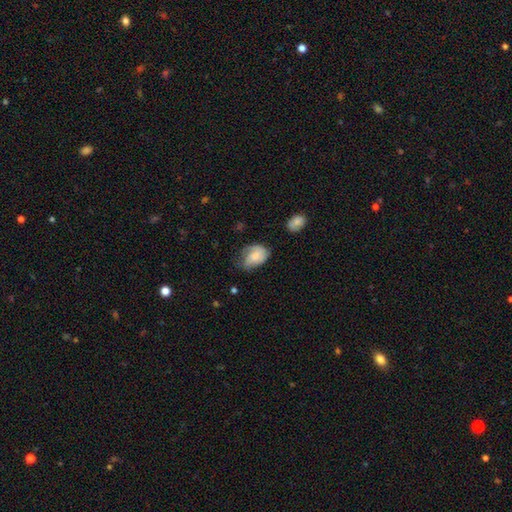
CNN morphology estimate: A smooth galaxy with no disk features (66%) that is in between round and cigar-shaped (80%). Merging: none (41%).